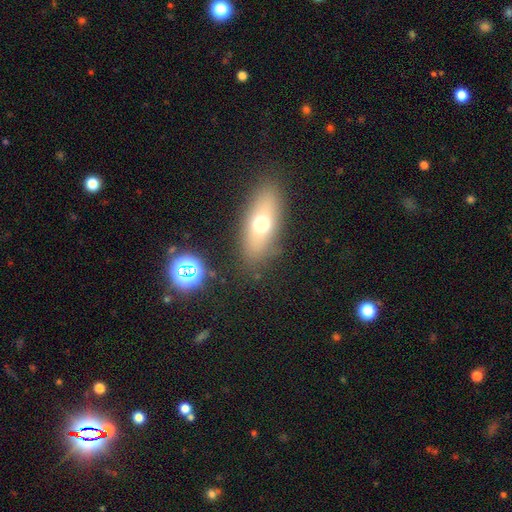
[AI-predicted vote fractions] A smooth galaxy with no disk features (61%) that is in between round and cigar-shaped (66%). Merging: none (85%).